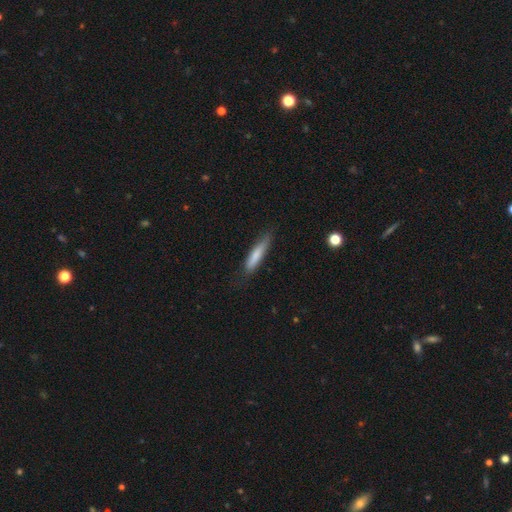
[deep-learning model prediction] A smooth galaxy with no disk features (76%) that is cigar-shaped (85%). Merging: none (73%).